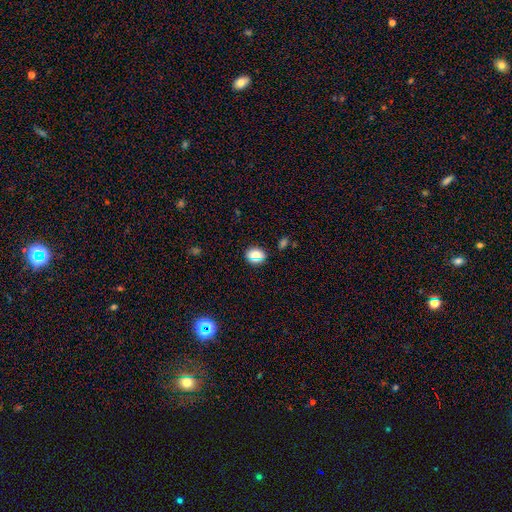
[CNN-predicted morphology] Smooth or featured? smooth (77%)
How rounded? round (61%)
Merging? none (85%)